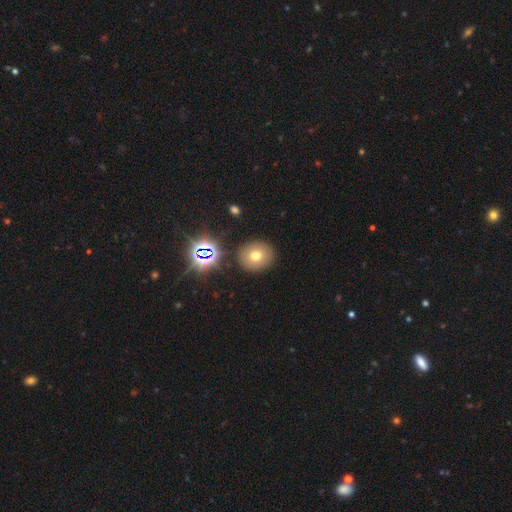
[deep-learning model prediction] Smooth or featured?
  - smooth: 67% *
  - star or artifact: 19%
  - featured or disk: 15%
How rounded?
  - round: 83% *
  - in between: 16%
  - cigar-shaped: 1%
Merging?
  - none: 86% *
  - minor disturbance: 7%
  - merger: 4%
  - major disturbance: 3%